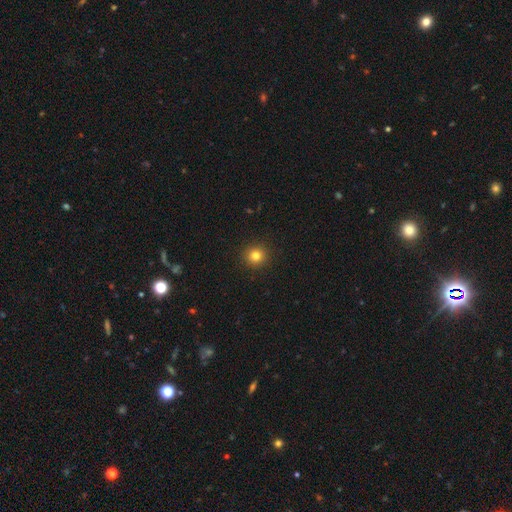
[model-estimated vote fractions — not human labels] Morphology: type=smooth (81%); roundness=round (93%); merging=none (93%).